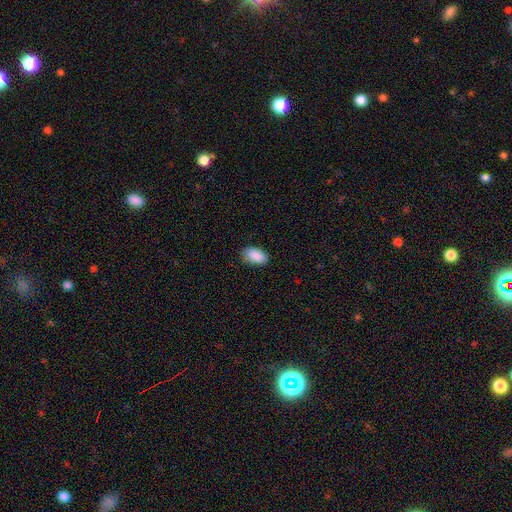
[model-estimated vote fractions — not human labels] smooth 90%, star or artifact 7%, featured or disk 3%. Down the decision tree: how rounded — in between (93%); merging — none (81%).